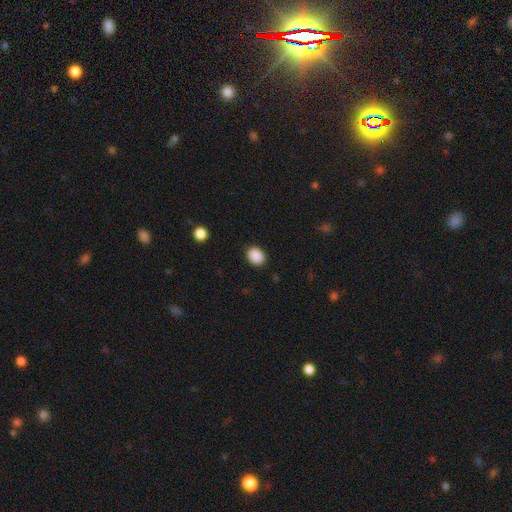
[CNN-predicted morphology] smooth_or_featured: smooth (p=0.89) [alt: star or artifact p=0.08]
how_rounded: in between (p=0.62) [alt: round p=0.37]
merging: none (p=0.88) [alt: minor disturbance p=0.09]